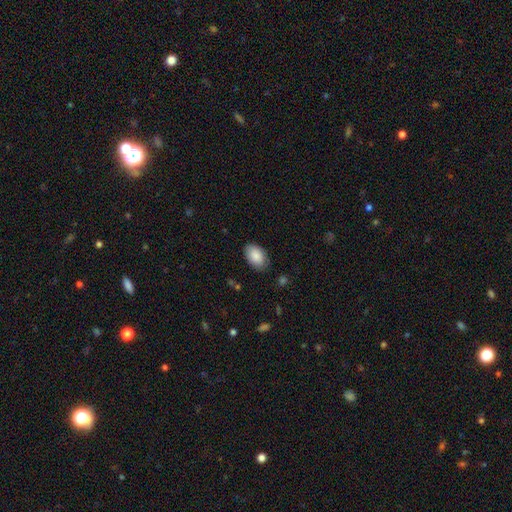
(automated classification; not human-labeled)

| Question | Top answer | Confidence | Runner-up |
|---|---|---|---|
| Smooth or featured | smooth | 88% | star or artifact (6%) |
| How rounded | in between | 92% | round (7%) |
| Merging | none | 83% | minor disturbance (13%) |